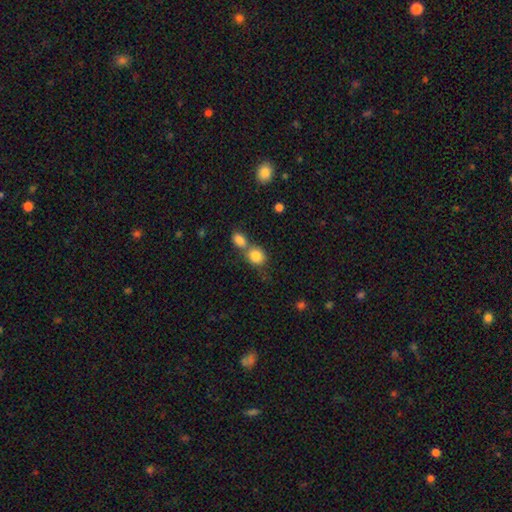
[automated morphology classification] The model was most divided on "merging": merger: 54%, none: 35%, minor disturbance: 8%, major disturbance: 3%. More confident: smooth or featured — smooth (83%); how rounded — round (66%).